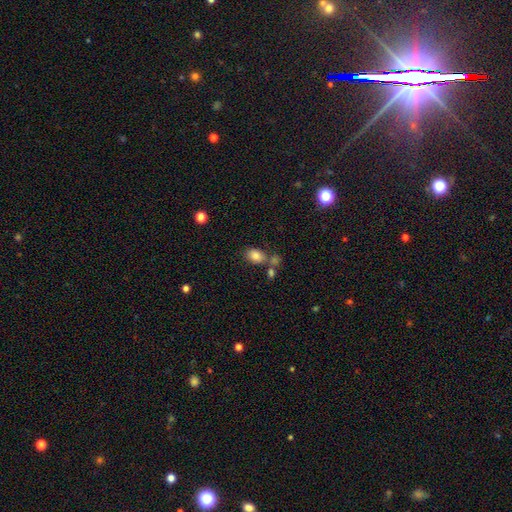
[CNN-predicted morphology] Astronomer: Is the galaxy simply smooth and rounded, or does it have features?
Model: smooth — 82%.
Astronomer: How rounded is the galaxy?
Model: in between — 78%.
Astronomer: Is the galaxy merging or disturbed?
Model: none — 60%.